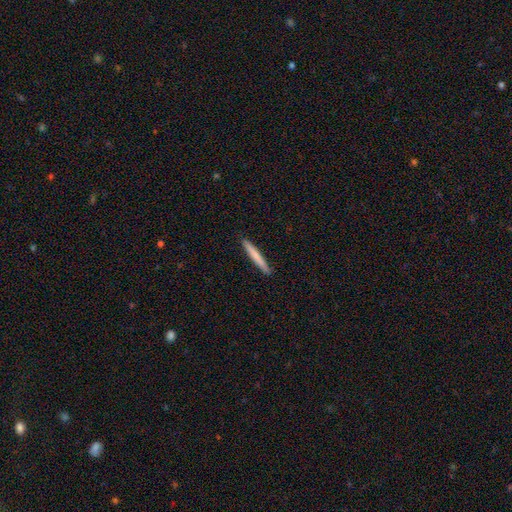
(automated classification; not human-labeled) smooth 72%, featured or disk 22%, star or artifact 5%. Down the decision tree: how rounded — cigar-shaped (96%); merging — none (92%).